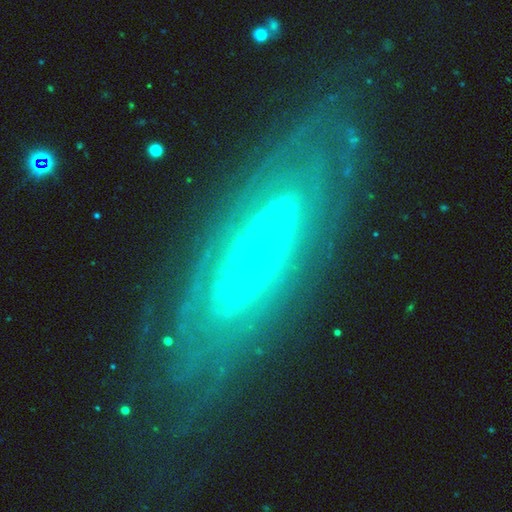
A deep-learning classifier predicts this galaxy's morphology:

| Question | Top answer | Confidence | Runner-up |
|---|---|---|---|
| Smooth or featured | featured or disk | 82% | smooth (11%) |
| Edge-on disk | no | 84% | yes (16%) |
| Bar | no | 66% | weak (24%) |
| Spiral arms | yes | 82% | no (18%) |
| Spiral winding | tight | 76% | medium (18%) |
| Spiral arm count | can't tell | 57% | 2 (18%) |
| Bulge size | small | 66% | moderate (30%) |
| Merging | none | 79% | minor disturbance (13%) |